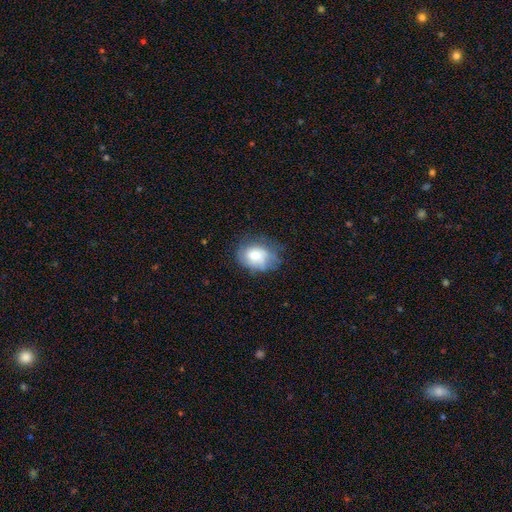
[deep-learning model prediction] smooth_or_featured: smooth (p=0.68) [alt: featured or disk p=0.24]
how_rounded: in between (p=0.61) [alt: round p=0.38]
merging: none (p=0.50) [alt: minor disturbance p=0.32]